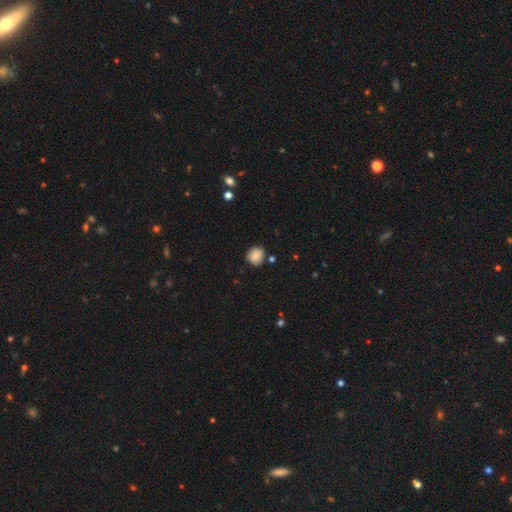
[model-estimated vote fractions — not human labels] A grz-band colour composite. It shows a smooth galaxy with no disk features (80%) that is round (80%). Merging: none (78%).